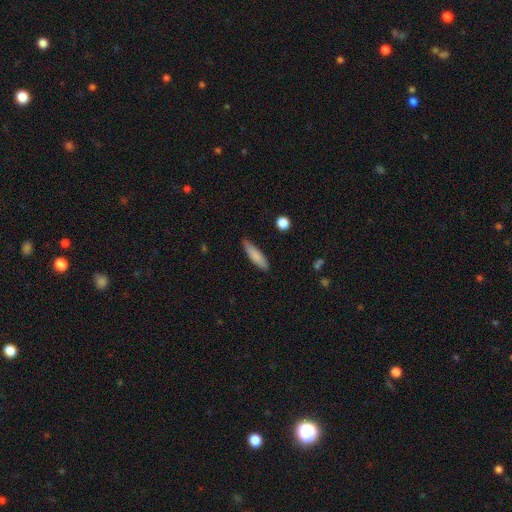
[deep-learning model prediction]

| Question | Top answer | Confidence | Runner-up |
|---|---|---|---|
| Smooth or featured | smooth | 82% | featured or disk (12%) |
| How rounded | cigar-shaped | 70% | in between (28%) |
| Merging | none | 81% | minor disturbance (15%) |